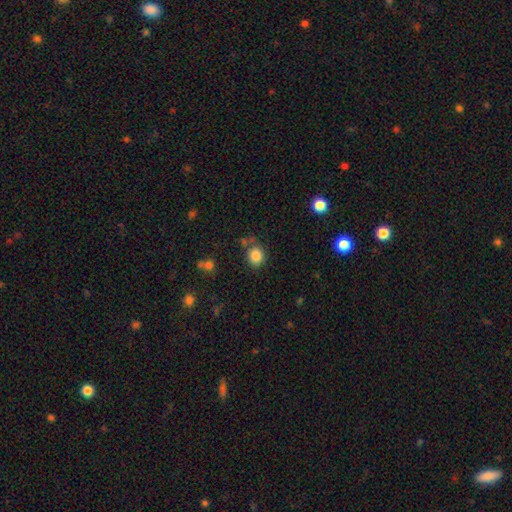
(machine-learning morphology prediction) smooth 84%, star or artifact 10%, featured or disk 6%. Down the decision tree: how rounded — round (75%); merging — none (73%).